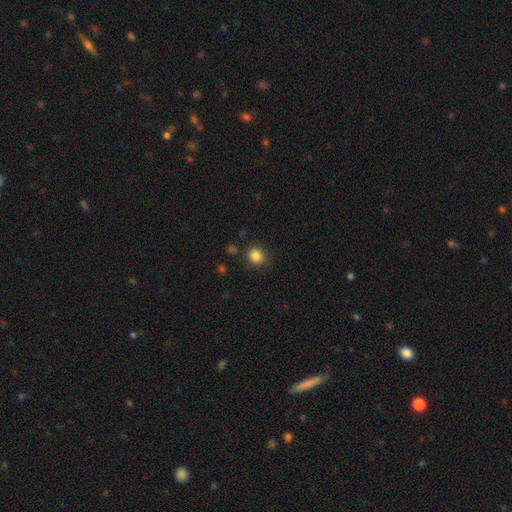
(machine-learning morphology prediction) A smooth galaxy with no disk features (85%) that is round (84%).

Vote fractions:
- Smooth or featured? smooth: 85% / star or artifact: 11% / featured or disk: 4%
- How rounded? round: 84% / in between: 15% / cigar-shaped: 1%
- Merging? none: 86% / minor disturbance: 8% / major disturbance: 3% / merger: 3%